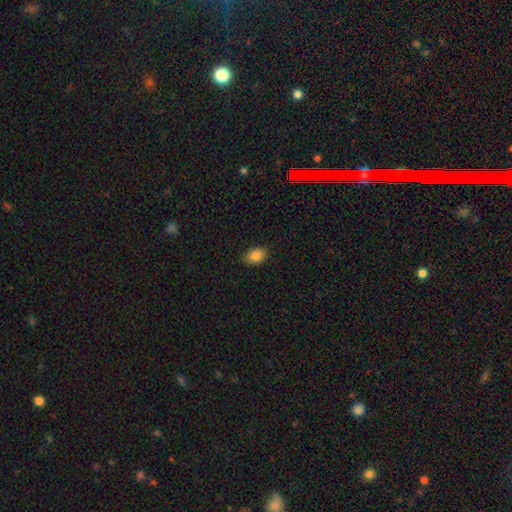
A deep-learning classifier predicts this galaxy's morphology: The model was most divided on "how rounded": in between: 78%, round: 21%, cigar-shaped: 1%. More confident: merging — none (89%); smooth or featured — smooth (85%).